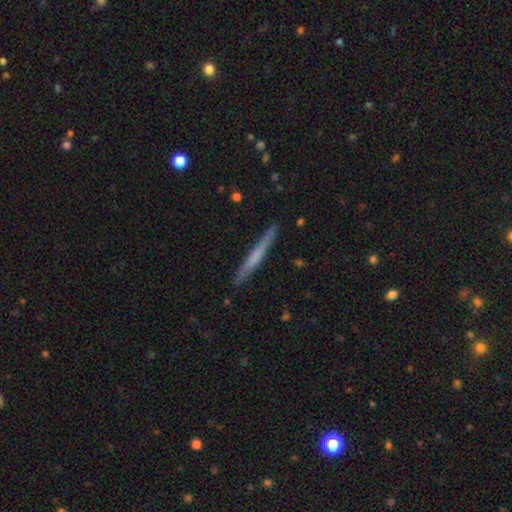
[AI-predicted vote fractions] This is possibly a smooth galaxy (52%). How rounded: clearly cigar-shaped (97%). Merging: clearly none (90%).